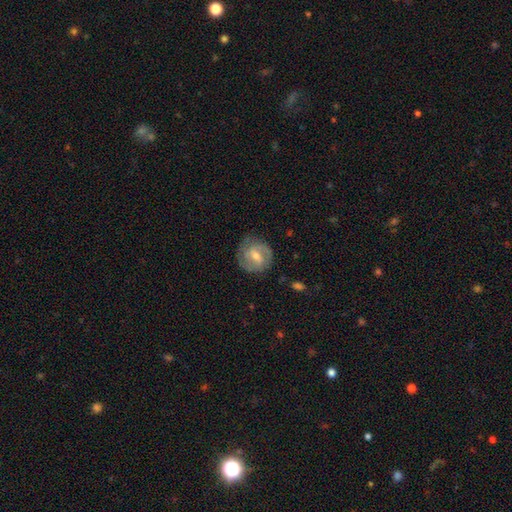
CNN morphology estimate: smooth_or_featured: featured or disk (p=0.75) [alt: smooth p=0.19]
disk_edge_on: no (p=0.97) [alt: yes p=0.03]
bar: weak (p=0.55) [alt: strong p=0.24]
has_spiral_arms: yes (p=0.91) [alt: no p=0.09]
spiral_winding: tight (p=0.50) [alt: medium p=0.39]
spiral_arm_count: 2 (p=0.71) [alt: can't tell p=0.15]
bulge_size: moderate (p=0.57) [alt: small p=0.37]
merging: none (p=0.79) [alt: minor disturbance p=0.14]